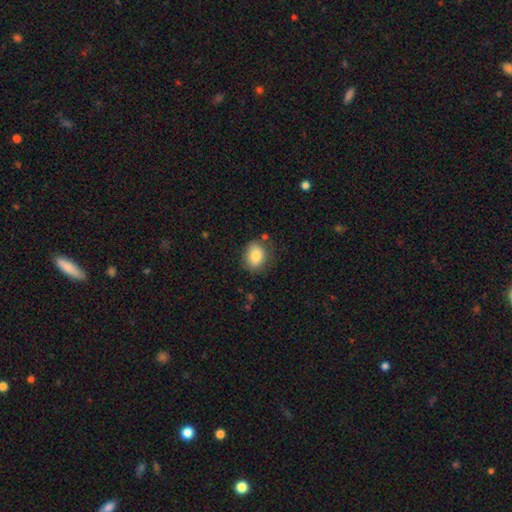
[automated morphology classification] A smooth galaxy with no disk features (81%) that is in between round and cigar-shaped (56%).

Vote fractions:
- Smooth or featured? smooth: 81% / featured or disk: 10% / star or artifact: 9%
- How rounded? in between: 56% / round: 43% / cigar-shaped: 1%
- Merging? none: 76% / minor disturbance: 17% / major disturbance: 4% / merger: 3%